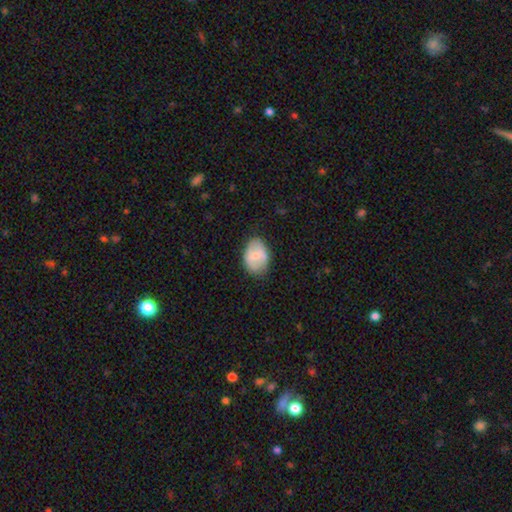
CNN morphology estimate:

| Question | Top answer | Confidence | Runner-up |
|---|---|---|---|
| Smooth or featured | smooth | 61% | featured or disk (32%) |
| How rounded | in between | 77% | round (22%) |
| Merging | none | 74% | minor disturbance (19%) |